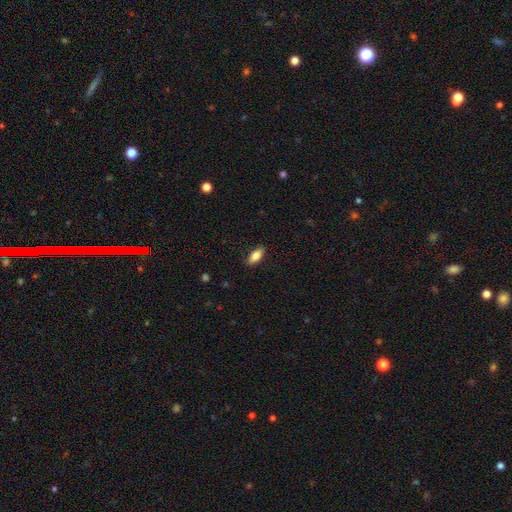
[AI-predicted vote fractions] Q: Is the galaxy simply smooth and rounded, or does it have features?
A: smooth — 85%.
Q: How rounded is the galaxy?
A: in between — 85%.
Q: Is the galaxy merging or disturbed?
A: none — 85%.